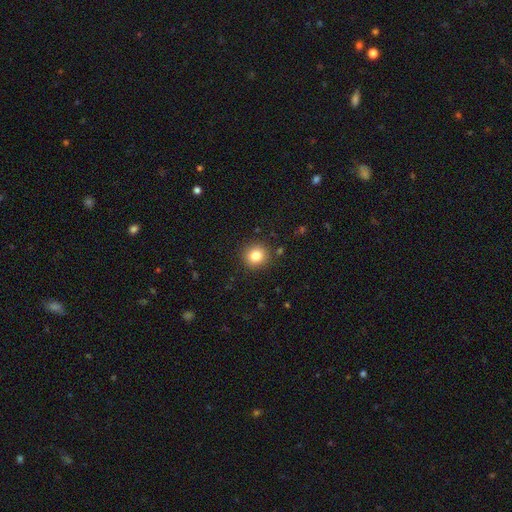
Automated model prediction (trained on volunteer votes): Overall: smooth (82%). How rounded: round (91%). Merging: none (90%).